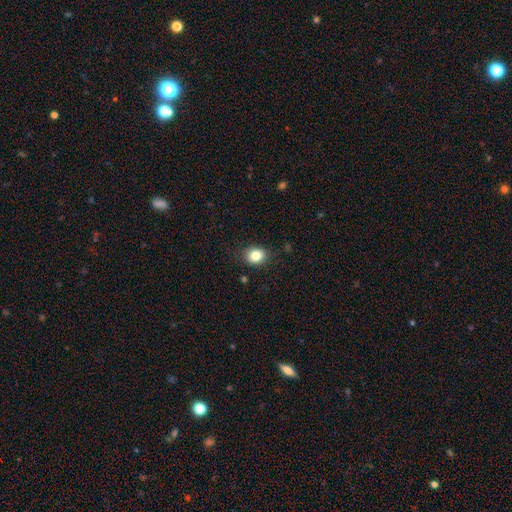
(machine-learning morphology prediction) Smooth or featured? Predicted: smooth (p=0.83). How rounded? Predicted: round (p=0.59). Merging? Predicted: none (p=0.84).